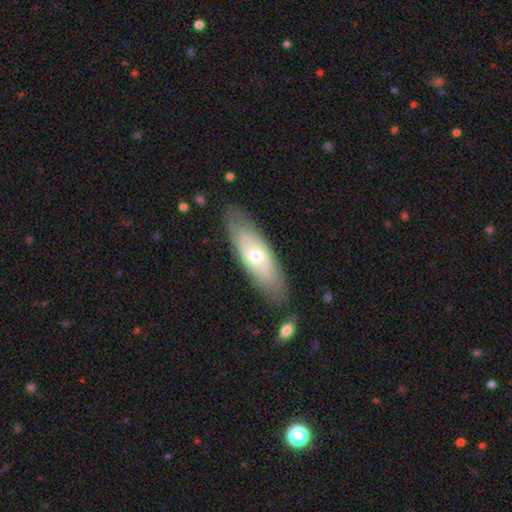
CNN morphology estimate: Smooth or featured? featured or disk (52%)
Edge-on disk? no (75%)
Merging? none (83%)